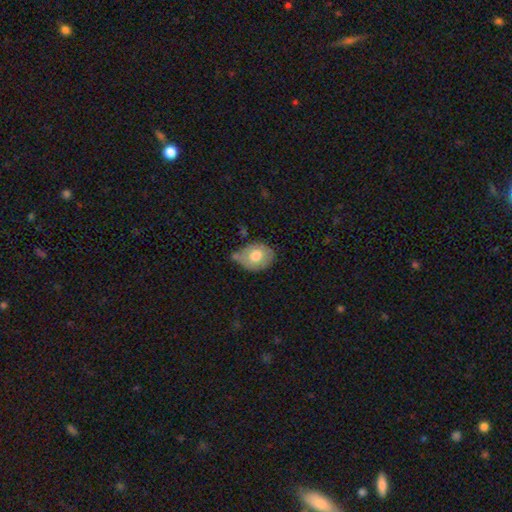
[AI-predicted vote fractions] Smooth or featured? Predicted: smooth (p=0.68). How rounded? Predicted: in between (p=0.62). Merging? Predicted: none (p=0.51).